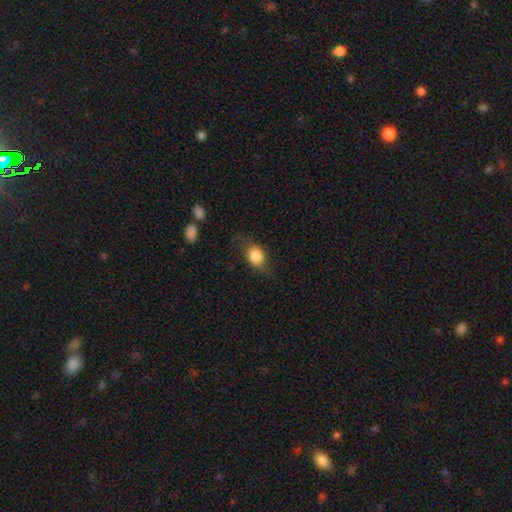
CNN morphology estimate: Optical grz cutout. It shows a smooth galaxy with no disk features (80%) that is in between round and cigar-shaped (65%). Merging: none (67%).